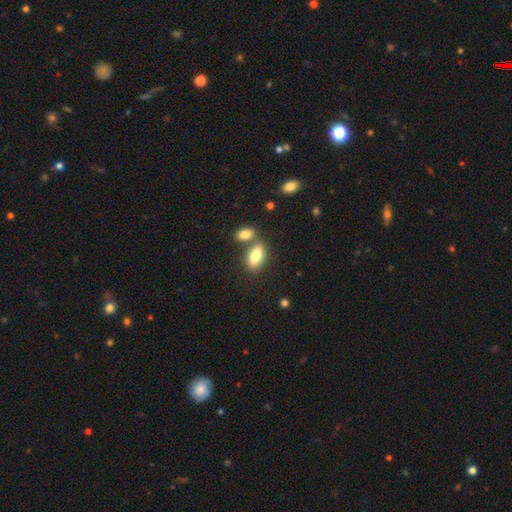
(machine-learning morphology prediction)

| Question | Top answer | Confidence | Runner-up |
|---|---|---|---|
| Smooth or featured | smooth | 82% | featured or disk (11%) |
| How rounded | in between | 84% | cigar-shaped (11%) |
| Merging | none | 56% | merger (31%) |